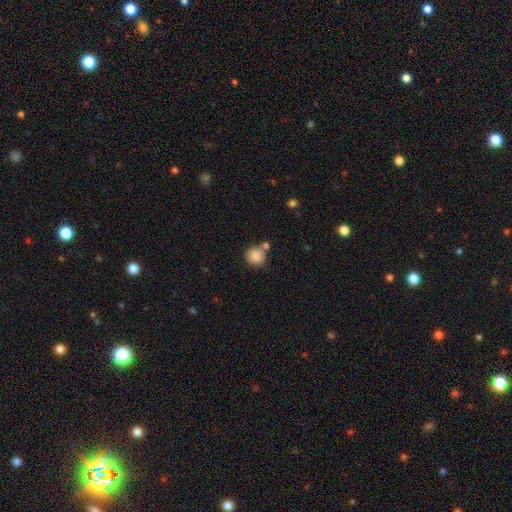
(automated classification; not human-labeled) Morphology: type=smooth (87%); roundness=round (92%); merging=none (69%).